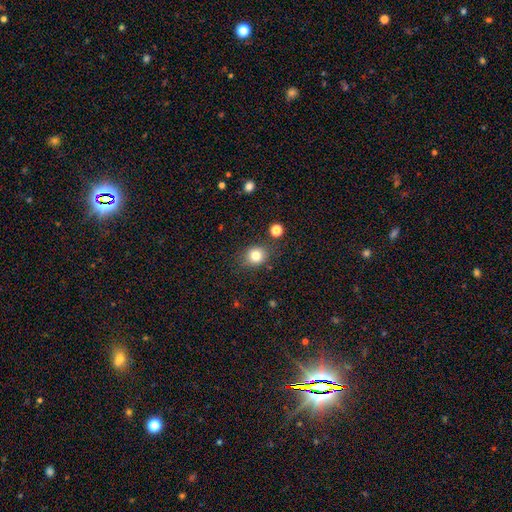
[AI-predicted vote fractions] Smooth or featured? smooth (80%)
How rounded? round (77%)
Merging? none (81%)